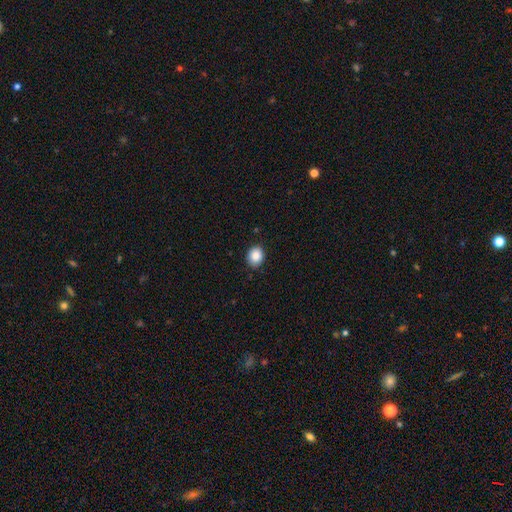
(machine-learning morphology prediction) smooth-or-featured: smooth: 87% | star or artifact: 9% | featured or disk: 5%
  how-rounded: round: 63% | in between: 36% | cigar-shaped: 1%
  merging: none: 86% | minor disturbance: 11% | major disturbance: 2% | merger: 1%